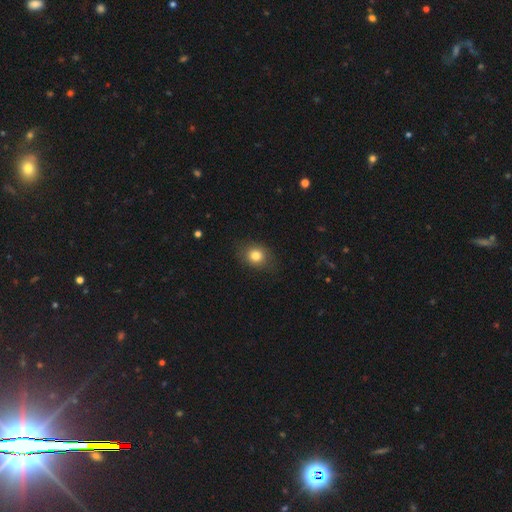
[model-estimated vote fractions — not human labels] Overall: smooth (82%). How rounded: round (60%; in between 39%). Merging: none (80%).